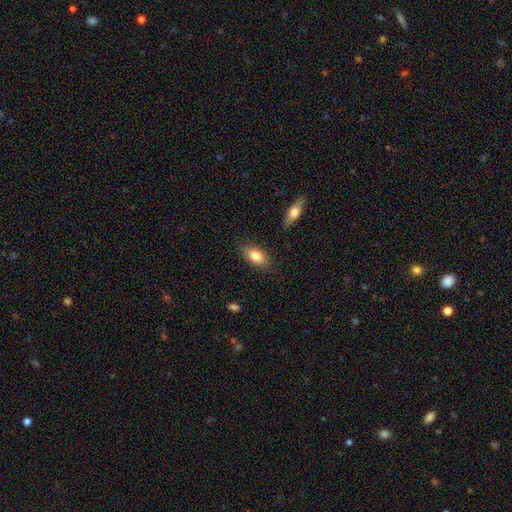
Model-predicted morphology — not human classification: Q: Smooth or featured?
A: smooth (82%); runner-up: featured or disk (11%)
Q: How rounded?
A: in between (90%); runner-up: round (6%)
Q: Merging?
A: none (83%); runner-up: minor disturbance (12%)